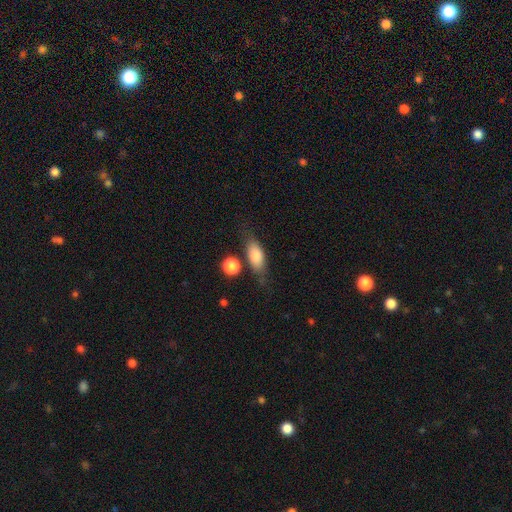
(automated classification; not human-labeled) A smooth galaxy with no disk features (79%) that is in between round and cigar-shaped (74%).

Vote fractions:
- Smooth or featured? smooth: 79% / featured or disk: 13% / star or artifact: 7%
- How rounded? in between: 74% / cigar-shaped: 20% / round: 6%
- Merging? none: 67% / minor disturbance: 19% / major disturbance: 7% / merger: 7%